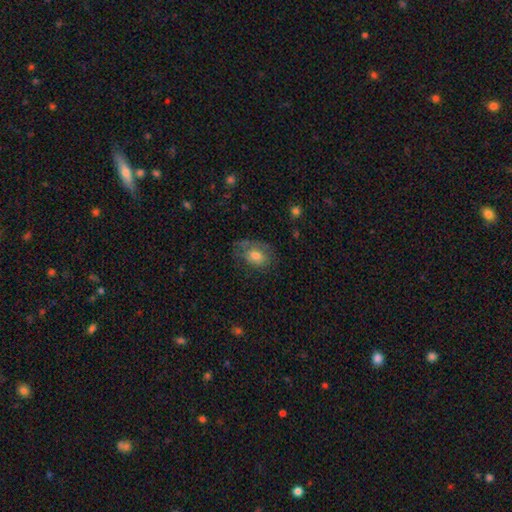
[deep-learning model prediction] Overall: smooth (61%; featured or disk 29%). How rounded: in between (76%). Merging: none (54%; minor disturbance 26%).